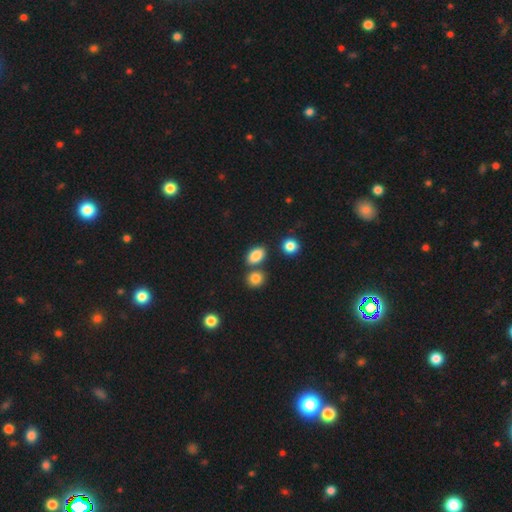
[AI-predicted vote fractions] smooth_or_featured: smooth (p=0.84) [alt: star or artifact p=0.10]
how_rounded: in between (p=0.80) [alt: round p=0.18]
merging: none (p=0.68) [alt: merger p=0.17]